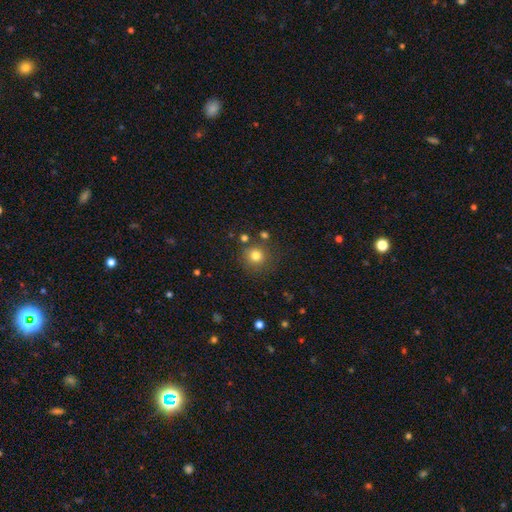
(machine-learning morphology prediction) A smooth galaxy with no disk features (79%) that is round (92%). Merging: none (79%).